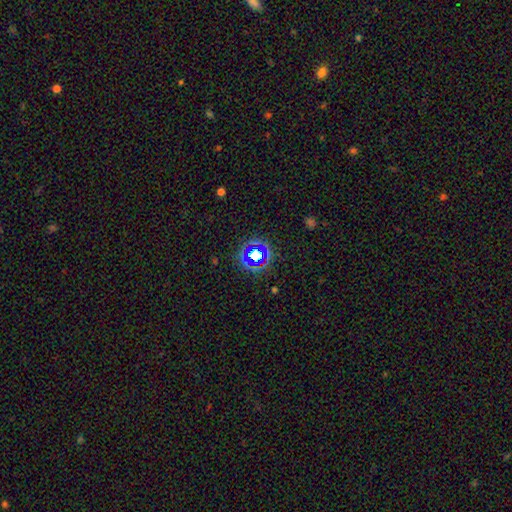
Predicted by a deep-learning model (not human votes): smooth-or-featured: star or artifact: 66% | smooth: 24% | featured or disk: 10%